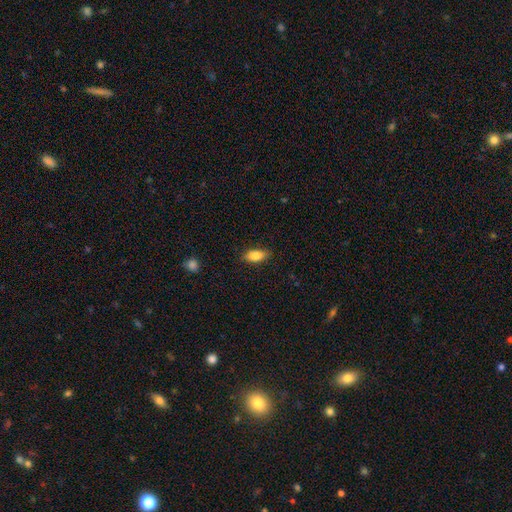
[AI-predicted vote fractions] This is clearly a smooth galaxy (81%). How rounded: clearly in between (85%). Merging: clearly none (85%).